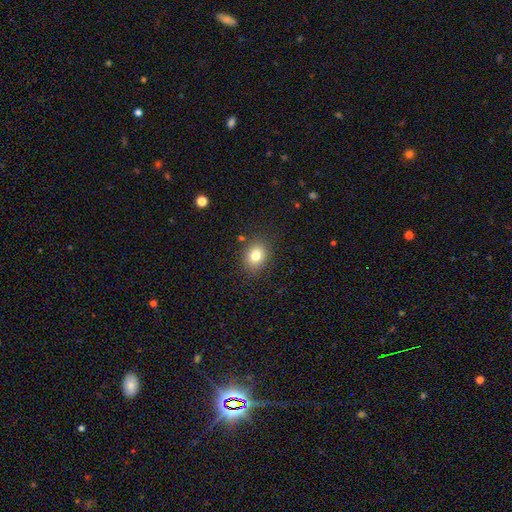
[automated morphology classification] Overall: smooth (80%). How rounded: round (52%; in between 47%). Merging: none (85%).